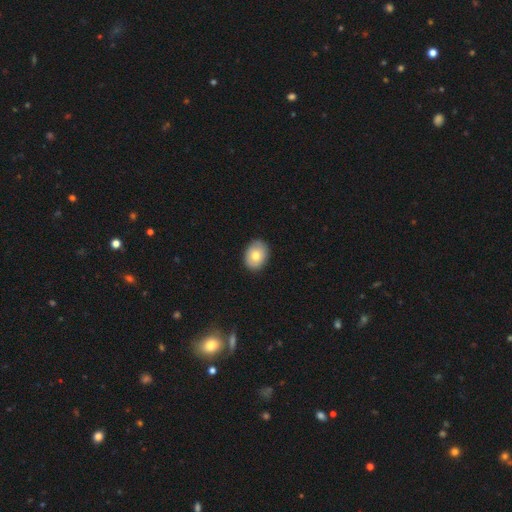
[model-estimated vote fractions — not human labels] A smooth galaxy with no disk features (76%) that is in between round and cigar-shaped (65%).

Vote fractions:
- Smooth or featured? smooth: 76% / featured or disk: 17% / star or artifact: 7%
- How rounded? in between: 65% / round: 34% / cigar-shaped: 1%
- Merging? none: 88% / minor disturbance: 9% / major disturbance: 2% / merger: 1%